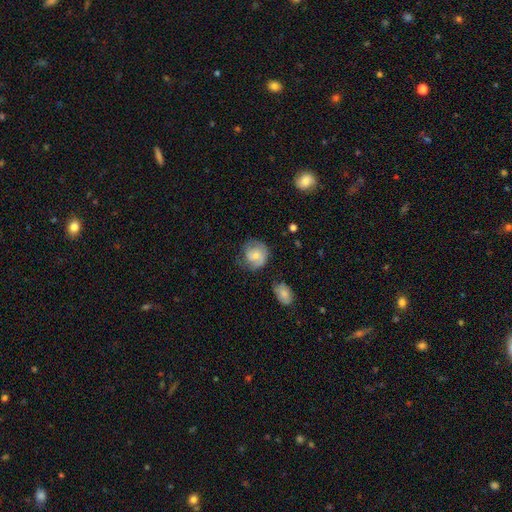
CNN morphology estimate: Smooth or featured?
  - smooth: 53% *
  - featured or disk: 39%
  - star or artifact: 7%
How rounded?
  - round: 81% *
  - in between: 18%
  - cigar-shaped: 1%
Merging?
  - none: 59% *
  - minor disturbance: 26%
  - major disturbance: 13%
  - merger: 2%